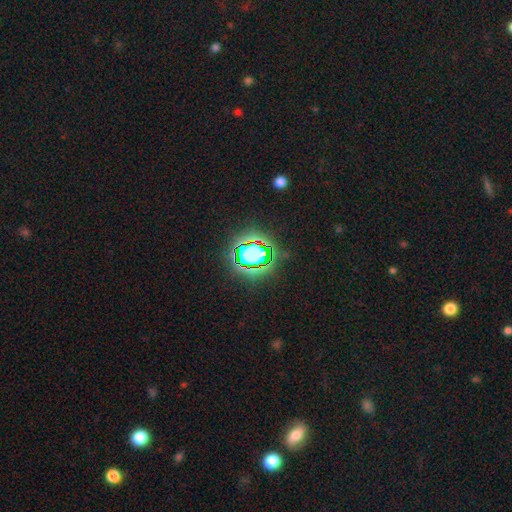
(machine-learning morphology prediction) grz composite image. It shows a star or artifact, not a galaxy (74%).